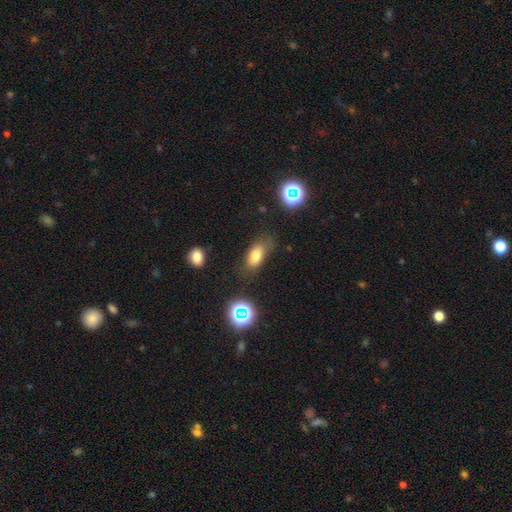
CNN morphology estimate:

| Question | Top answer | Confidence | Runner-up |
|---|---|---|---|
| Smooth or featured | smooth | 76% | star or artifact (13%) |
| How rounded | in between | 86% | round (8%) |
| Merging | none | 65% | minor disturbance (23%) |